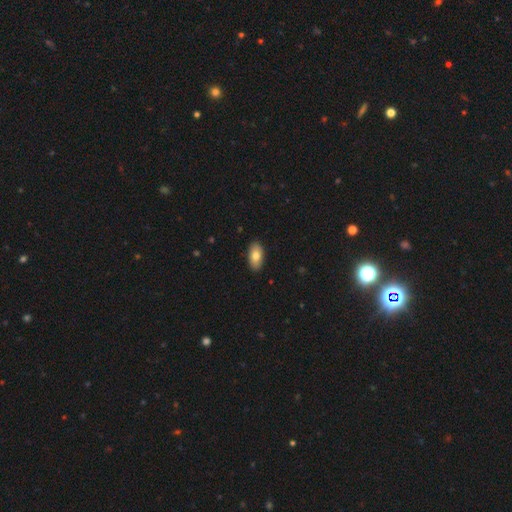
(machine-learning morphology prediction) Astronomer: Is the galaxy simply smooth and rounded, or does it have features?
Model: smooth — 79%.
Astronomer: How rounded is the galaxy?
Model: in between — 93%.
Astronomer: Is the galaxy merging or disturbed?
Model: none — 90%.